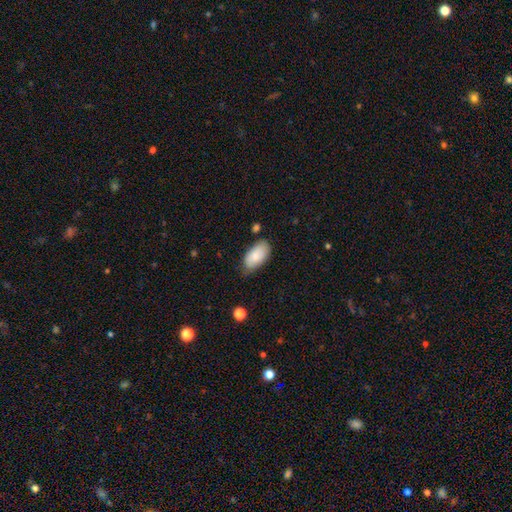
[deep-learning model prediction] smooth_or_featured: smooth (p=0.81) [alt: featured or disk p=0.12]
how_rounded: in between (p=0.95) [alt: cigar-shaped p=0.03]
merging: none (p=0.67) [alt: minor disturbance p=0.25]